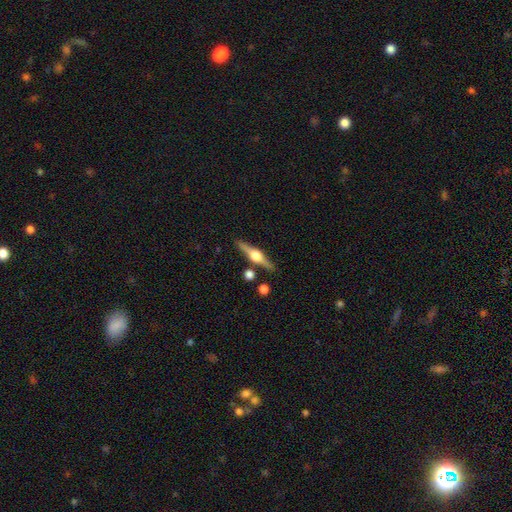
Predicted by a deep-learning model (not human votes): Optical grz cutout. It shows a featured or disk galaxy (79%) viewed edge-on (98%) with a rounded central bulge (94%). Merging: none (85%).